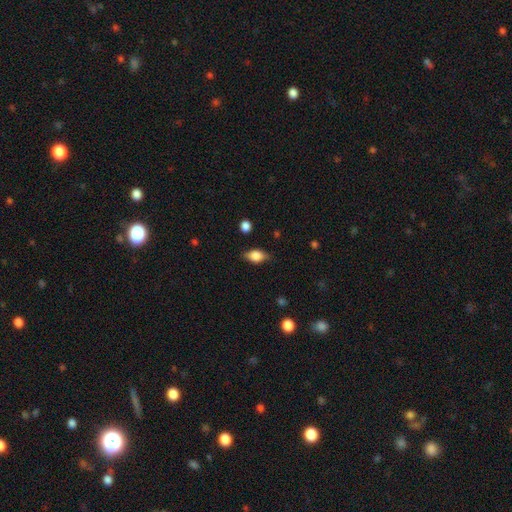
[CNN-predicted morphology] Smooth or featured: smooth — 69% (featured or disk — 22%)
How rounded: in between — 78% (round — 16%)
Merging: none — 76% (minor disturbance — 18%)